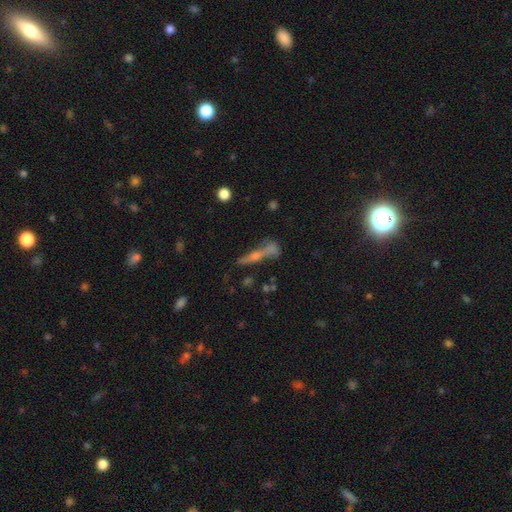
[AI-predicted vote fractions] Smooth or featured? Predicted: featured or disk (p=0.51). Edge-on disk? Predicted: yes (p=0.79). Merging? Predicted: none (p=0.51).